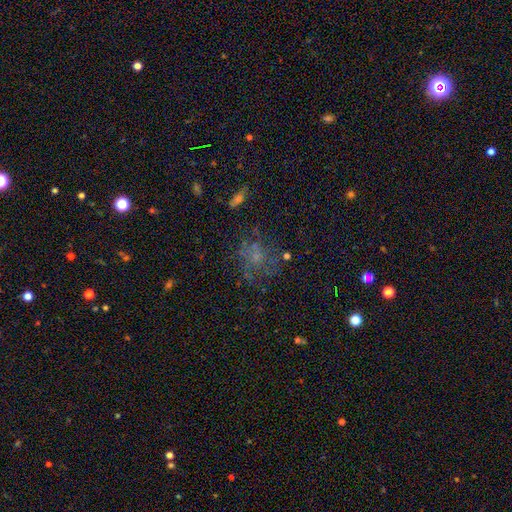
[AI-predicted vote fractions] Q: Smooth or featured?
A: smooth (38%); runner-up: featured or disk (35%)
Q: Merging?
A: none (56%); runner-up: major disturbance (20%)